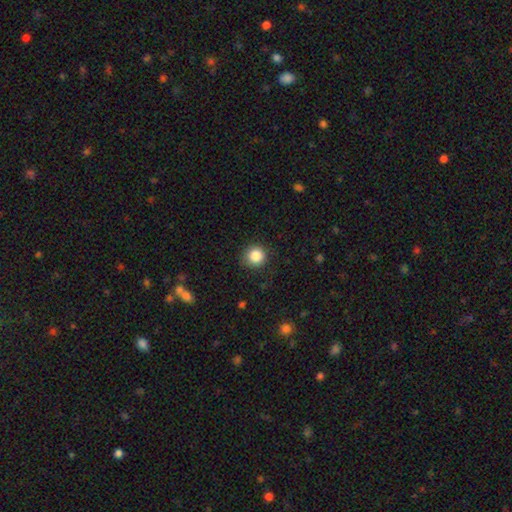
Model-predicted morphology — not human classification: This is clearly a smooth galaxy (86%). How rounded: clearly round (93%). Merging: clearly none (86%).